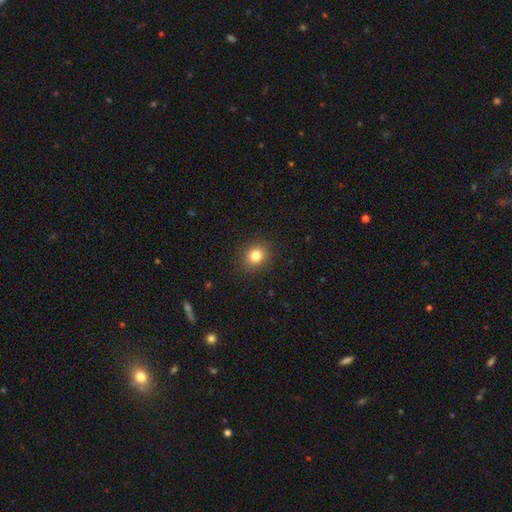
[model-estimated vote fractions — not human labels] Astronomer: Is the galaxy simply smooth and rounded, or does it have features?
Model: smooth — 82%.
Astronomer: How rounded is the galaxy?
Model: round — 79%.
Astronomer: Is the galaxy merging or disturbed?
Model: none — 90%.